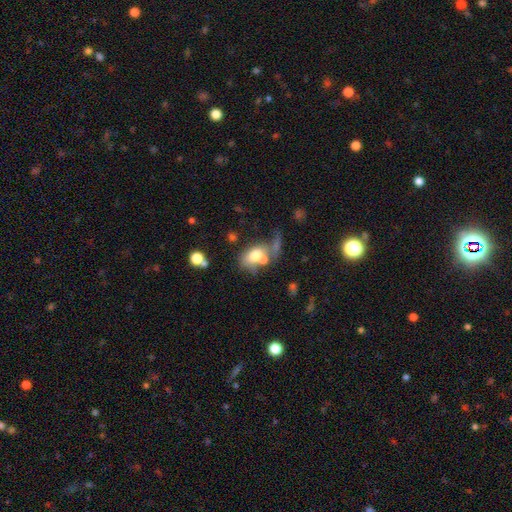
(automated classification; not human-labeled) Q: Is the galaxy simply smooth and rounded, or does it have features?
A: smooth — 65%.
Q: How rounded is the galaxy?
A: in between — 80%.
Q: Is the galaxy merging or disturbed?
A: merger — 42%.